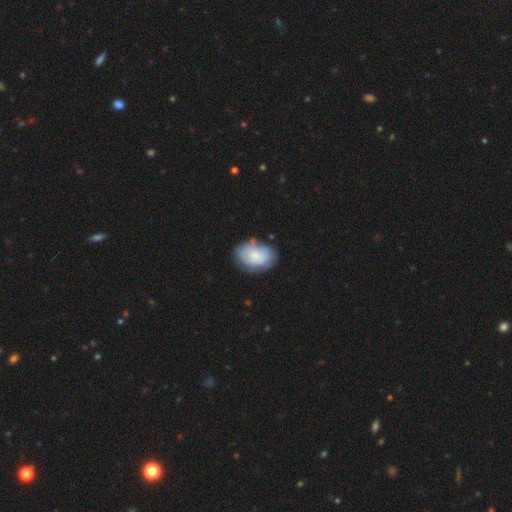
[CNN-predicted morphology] Smooth or featured? Predicted: smooth (p=0.60). How rounded? Predicted: in between (p=0.78). Merging? Predicted: none (p=0.66).